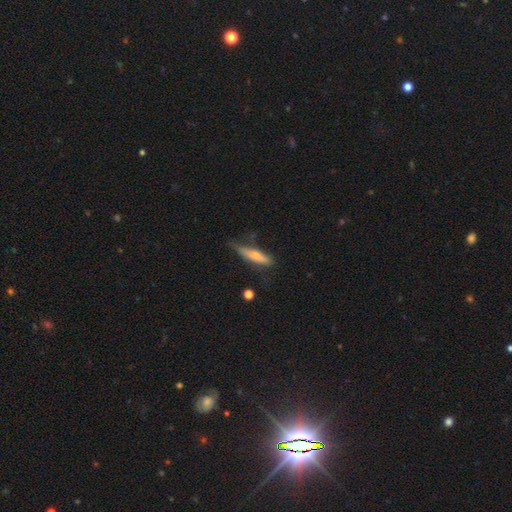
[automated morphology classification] The model was most divided on "merging": none: 53%, minor disturbance: 33%, major disturbance: 10%, merger: 3%. More confident: how rounded — cigar-shaped (77%); smooth or featured — smooth (59%).